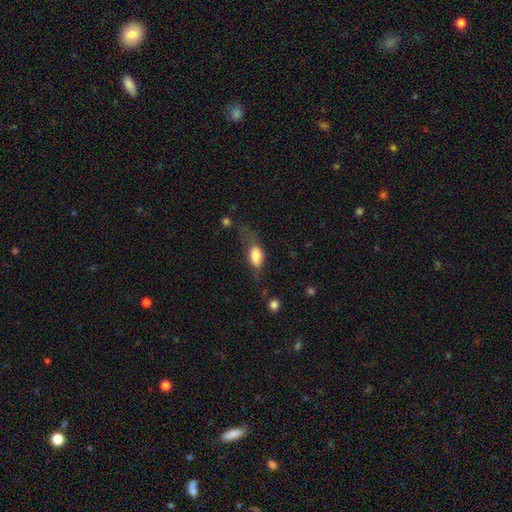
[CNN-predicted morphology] Q: Smooth or featured?
A: smooth (78%); runner-up: featured or disk (15%)
Q: How rounded?
A: in between (86%); runner-up: cigar-shaped (8%)
Q: Merging?
A: none (38%); runner-up: major disturbance (30%)